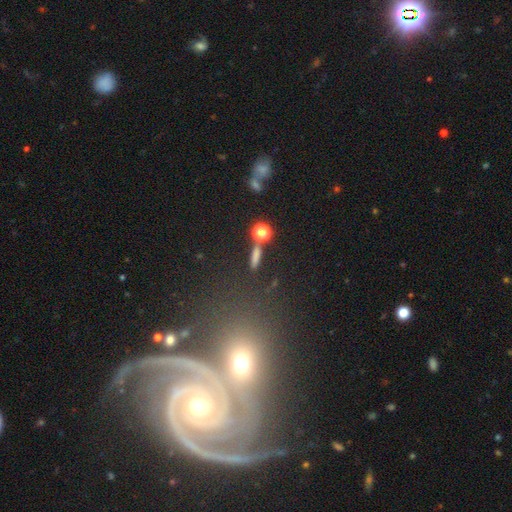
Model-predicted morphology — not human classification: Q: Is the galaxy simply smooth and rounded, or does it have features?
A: smooth — 71%.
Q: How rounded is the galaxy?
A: cigar-shaped — 55%.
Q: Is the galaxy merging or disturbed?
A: none — 75%.